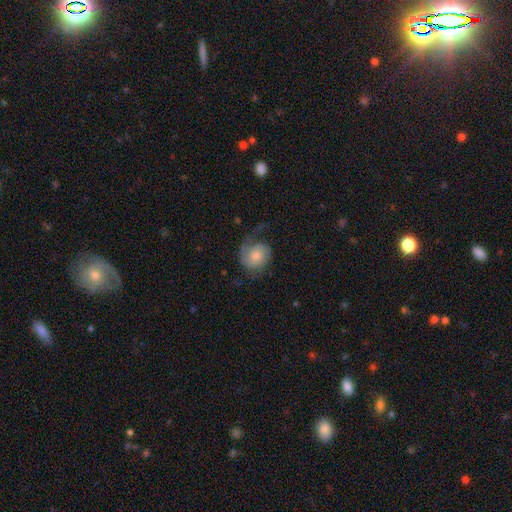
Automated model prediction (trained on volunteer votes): smooth_or_featured: featured or disk (p=0.64) [alt: smooth p=0.29]
disk_edge_on: no (p=0.98) [alt: yes p=0.02]
bar: no (p=0.71) [alt: weak p=0.25]
has_spiral_arms: yes (p=0.92) [alt: no p=0.08]
spiral_winding: medium (p=0.39) [alt: loose p=0.35]
spiral_arm_count: 2 (p=0.49) [alt: 1 p=0.41]
bulge_size: moderate (p=0.41) [alt: small p=0.31]
merging: none (p=0.49) [alt: major disturbance p=0.28]